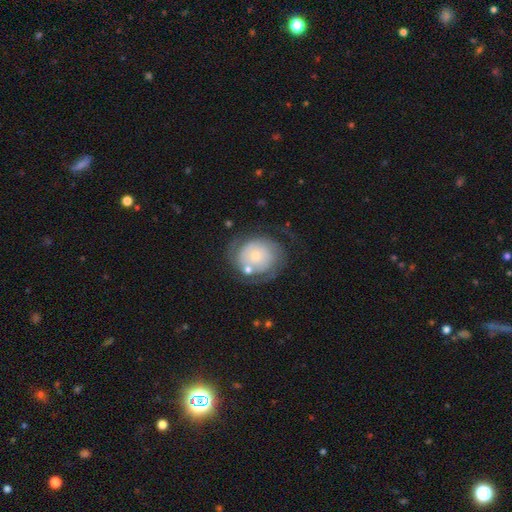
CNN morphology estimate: A featured or disk galaxy (66%) with no bar (81%), 2 (54%) tight (56%) spiral arms (82%) and a small central bulge (72%).

Vote fractions:
- Smooth or featured? featured or disk: 66% / smooth: 27% / star or artifact: 7%
- Edge-on disk? no: 97% / yes: 3%
- Bar? no: 81% / weak: 15% / strong: 3%
- Spiral arms? yes: 82% / no: 18%
- Spiral winding? tight: 56% / medium: 29% / loose: 15%
- Spiral arm count? 2: 54% / can't tell: 25% / 3: 8% / 1: 7% / 4: 3% / more than 4: 3%
- Bulge size? small: 72% / moderate: 18% / large: 4% / none: 3% / dominant: 3%
- Merging? none: 53% / minor disturbance: 20% / major disturbance: 17% / merger: 9%